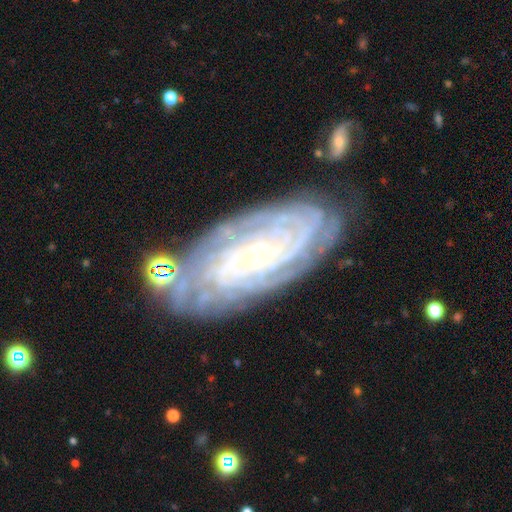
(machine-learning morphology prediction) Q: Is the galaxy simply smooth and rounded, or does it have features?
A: featured or disk — 87%.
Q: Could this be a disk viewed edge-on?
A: no — 94%.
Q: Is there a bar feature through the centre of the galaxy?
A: no — 72%.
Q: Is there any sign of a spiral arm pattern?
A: yes — 97%.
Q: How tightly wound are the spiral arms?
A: tight — 83%.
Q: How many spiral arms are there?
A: can't tell — 32%.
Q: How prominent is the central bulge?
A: small — 84%.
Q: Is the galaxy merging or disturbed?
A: none — 74%.